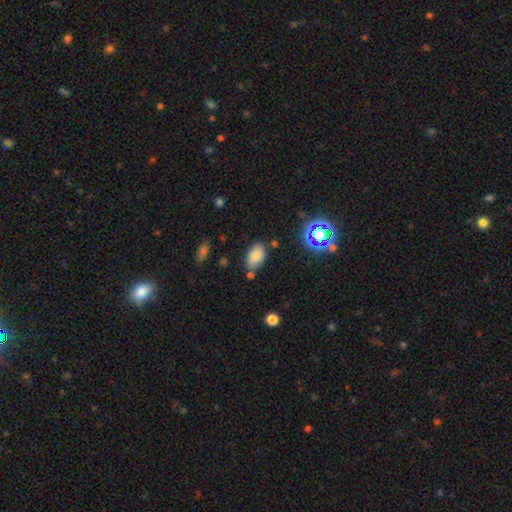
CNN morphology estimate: Smooth or featured? Predicted: smooth (p=0.80). How rounded? Predicted: in between (p=0.91). Merging? Predicted: none (p=0.71).